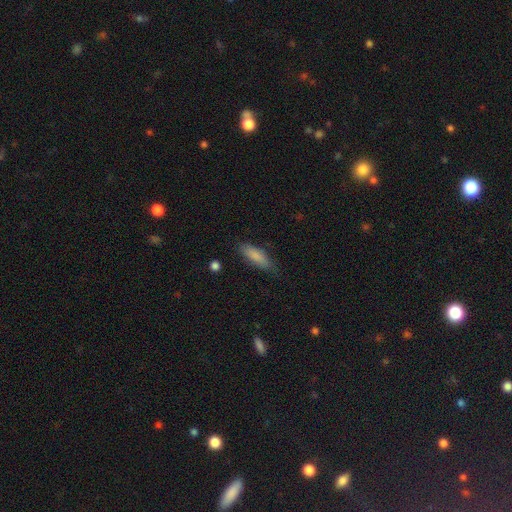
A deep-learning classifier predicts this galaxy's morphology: Smooth or featured? Predicted: smooth (p=0.84). How rounded? Predicted: in between (p=0.52). Merging? Predicted: none (p=0.77).